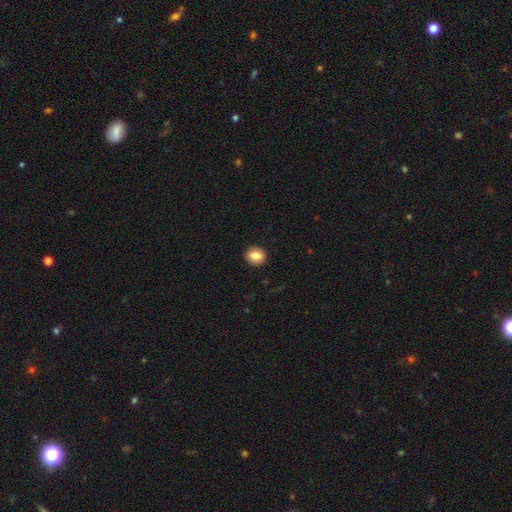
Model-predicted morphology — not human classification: Smooth or featured?
  - smooth: 84% *
  - star or artifact: 9%
  - featured or disk: 7%
How rounded?
  - round: 72% *
  - in between: 27%
  - cigar-shaped: 1%
Merging?
  - none: 91% *
  - minor disturbance: 6%
  - major disturbance: 2%
  - merger: 1%